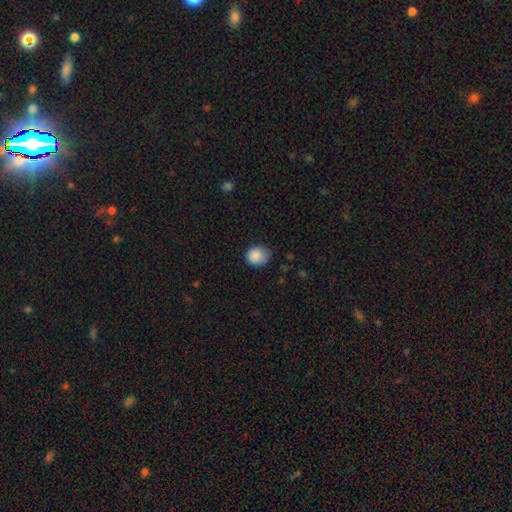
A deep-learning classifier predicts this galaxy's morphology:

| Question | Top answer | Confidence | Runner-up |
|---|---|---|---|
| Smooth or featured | smooth | 87% | star or artifact (9%) |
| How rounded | round | 74% | in between (25%) |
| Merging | none | 73% | minor disturbance (22%) |